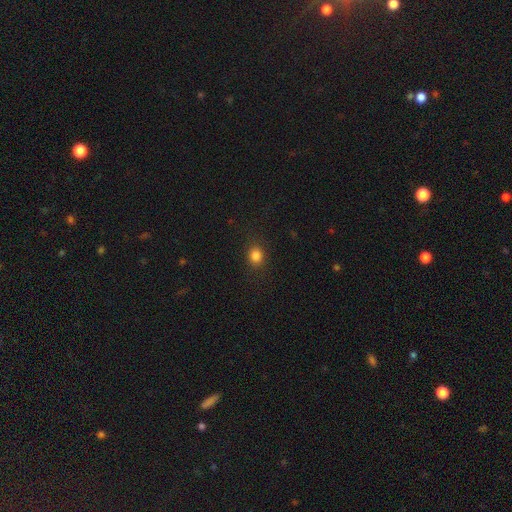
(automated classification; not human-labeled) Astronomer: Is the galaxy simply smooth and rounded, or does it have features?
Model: smooth — 83%.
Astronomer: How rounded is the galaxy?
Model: round — 69%.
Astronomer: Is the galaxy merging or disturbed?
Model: none — 87%.